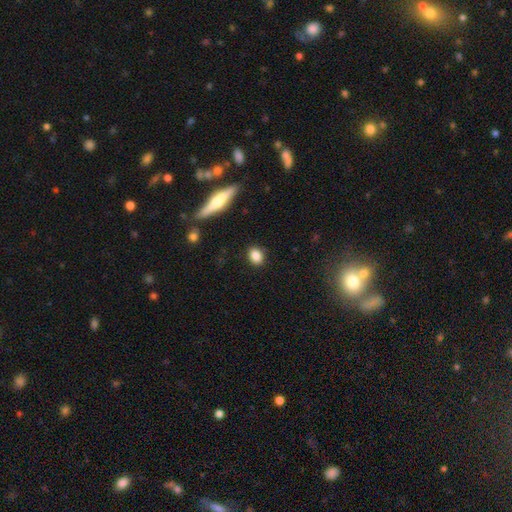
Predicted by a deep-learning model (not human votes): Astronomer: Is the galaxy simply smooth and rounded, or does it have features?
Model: smooth — 85%.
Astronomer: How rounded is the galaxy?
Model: in between — 65%.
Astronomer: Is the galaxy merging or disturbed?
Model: none — 86%.